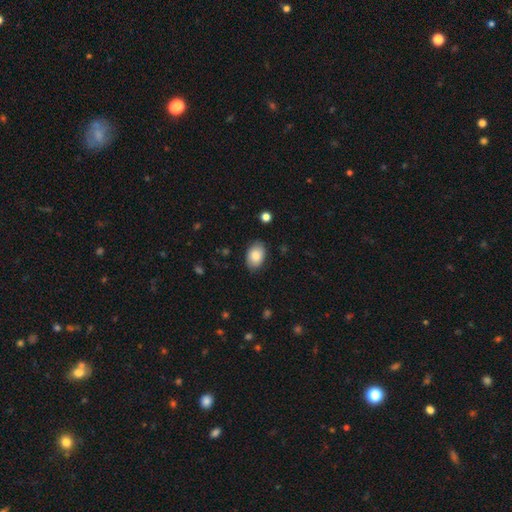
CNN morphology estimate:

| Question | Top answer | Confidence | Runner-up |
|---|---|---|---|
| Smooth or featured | smooth | 82% | featured or disk (11%) |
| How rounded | in between | 87% | round (12%) |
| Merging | none | 83% | minor disturbance (14%) |